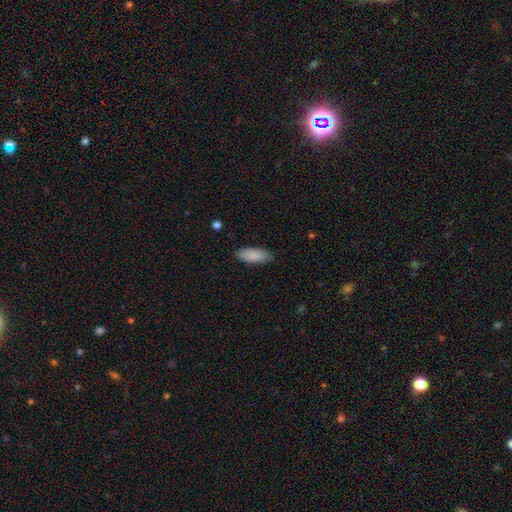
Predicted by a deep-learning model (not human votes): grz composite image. It shows a smooth galaxy with no disk features (89%) that is in between round and cigar-shaped (74%). Merging: none (86%).